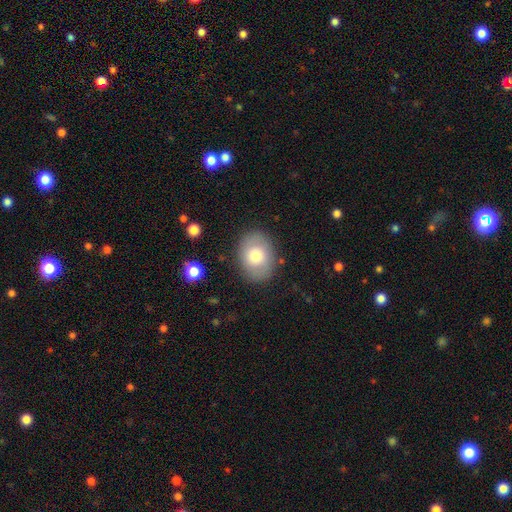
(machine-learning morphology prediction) smooth_or_featured: smooth (p=0.73) [alt: featured or disk p=0.20]
how_rounded: in between (p=0.62) [alt: round p=0.37]
merging: none (p=0.83) [alt: minor disturbance p=0.12]